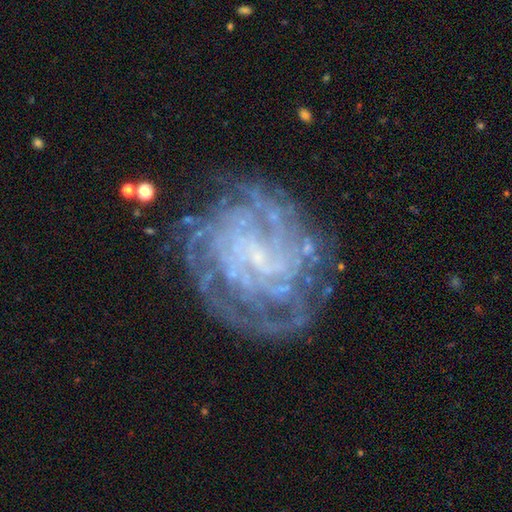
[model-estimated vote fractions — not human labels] Smooth or featured?
  - featured or disk: 85% *
  - star or artifact: 8%
  - smooth: 7%
Edge-on disk?
  - no: 98% *
  - yes: 2%
Bar?
  - no: 49% *
  - weak: 38%
  - strong: 13%
Spiral arms?
  - yes: 95% *
  - no: 5%
Spiral winding?
  - tight: 73% *
  - medium: 22%
  - loose: 5%
Spiral arm count?
  - can't tell: 36% *
  - 4: 18%
  - more than 4: 16%
  - 3: 12%
  - 2: 11%
  - 1: 8%
Bulge size?
  - small: 61% *
  - none: 29%
  - moderate: 7%
  - large: 2%
  - dominant: 1%
Merging?
  - none: 73% *
  - minor disturbance: 16%
  - major disturbance: 9%
  - merger: 2%